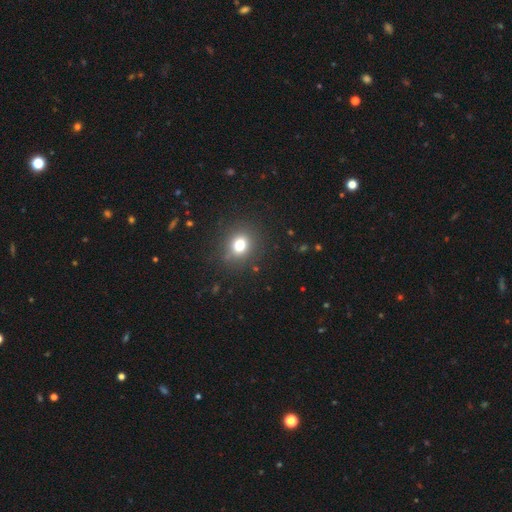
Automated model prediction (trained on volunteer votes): This is likely a smooth galaxy (61%). How rounded: clearly round (86%). Merging: clearly none (92%).